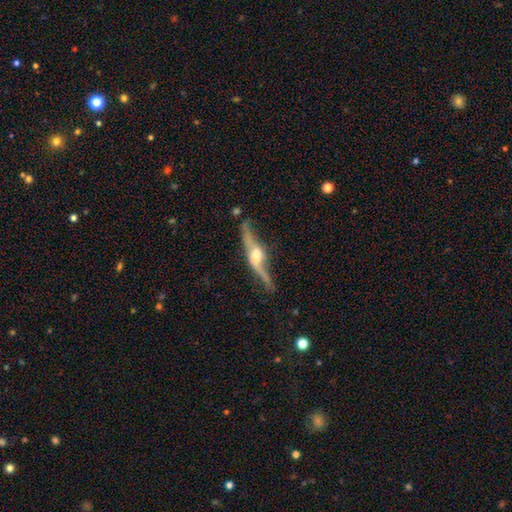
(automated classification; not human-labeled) Smooth or featured? Predicted: featured or disk (p=0.85). Edge-on disk? Predicted: yes (p=0.91). Edge-on bulge? Predicted: rounded (p=0.86). Merging? Predicted: none (p=0.66).